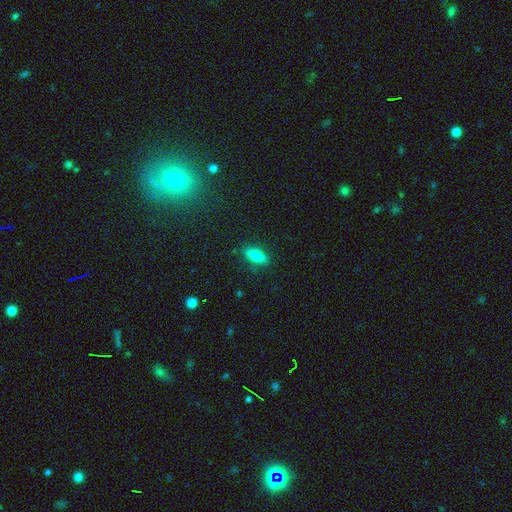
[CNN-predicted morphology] Smooth or featured?
  - smooth: 70% *
  - featured or disk: 22%
  - star or artifact: 8%
How rounded?
  - in between: 68% *
  - cigar-shaped: 28%
  - round: 4%
Merging?
  - none: 87% *
  - minor disturbance: 9%
  - major disturbance: 2%
  - merger: 1%